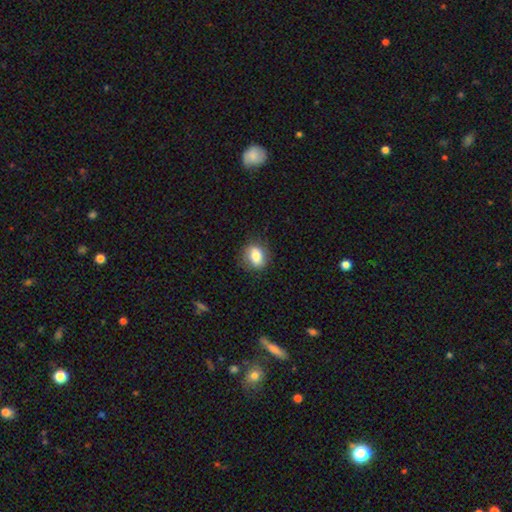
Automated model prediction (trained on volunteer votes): Smooth or featured? Predicted: smooth (p=0.78). How rounded? Predicted: in between (p=0.55). Merging? Predicted: none (p=0.81).